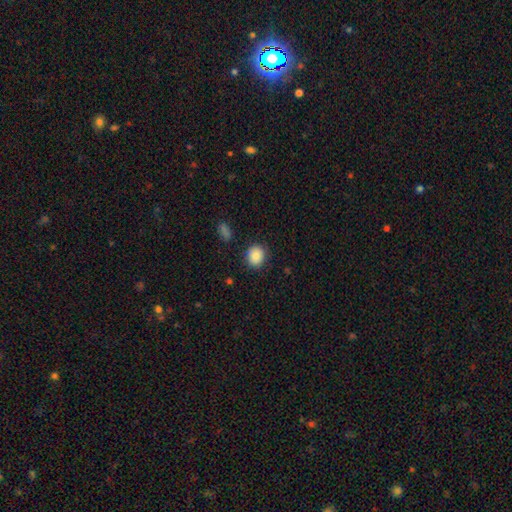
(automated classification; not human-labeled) smooth-or-featured: smooth: 86% | star or artifact: 8% | featured or disk: 5%
  how-rounded: round: 74% | in between: 25% | cigar-shaped: 1%
  merging: none: 86% | minor disturbance: 9% | major disturbance: 3% | merger: 2%